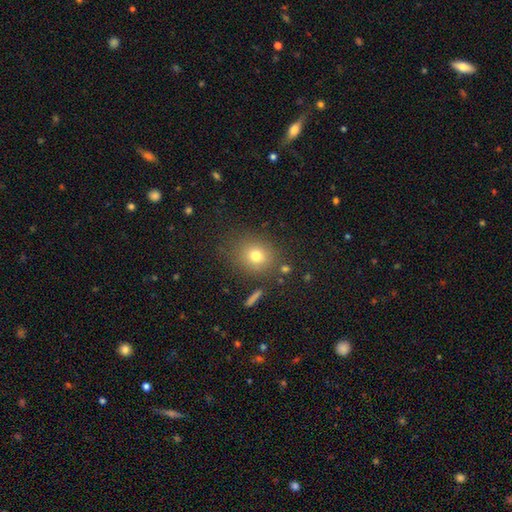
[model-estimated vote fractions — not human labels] Overall: smooth (75%). How rounded: round (73%). Merging: none (80%).